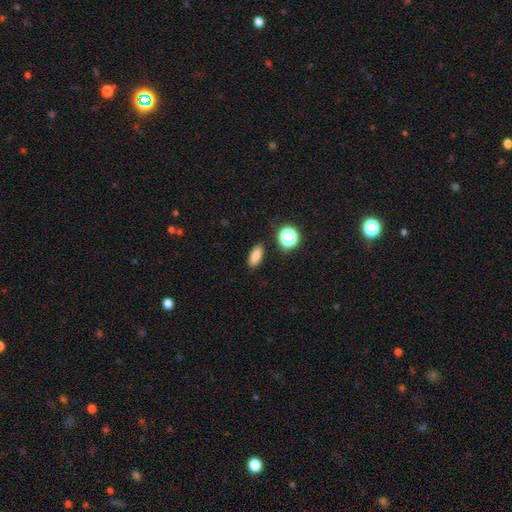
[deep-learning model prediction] Smooth or featured? smooth (83%)
How rounded? in between (82%)
Merging? none (88%)